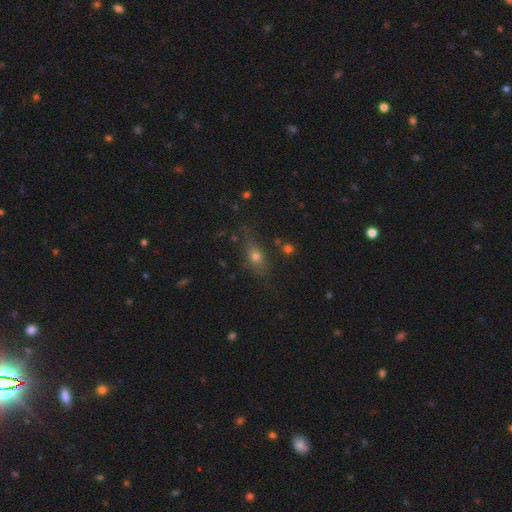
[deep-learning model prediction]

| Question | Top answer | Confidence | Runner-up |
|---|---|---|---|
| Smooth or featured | smooth | 64% | featured or disk (19%) |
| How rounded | in between | 61% | round (23%) |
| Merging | none | 73% | minor disturbance (17%) |